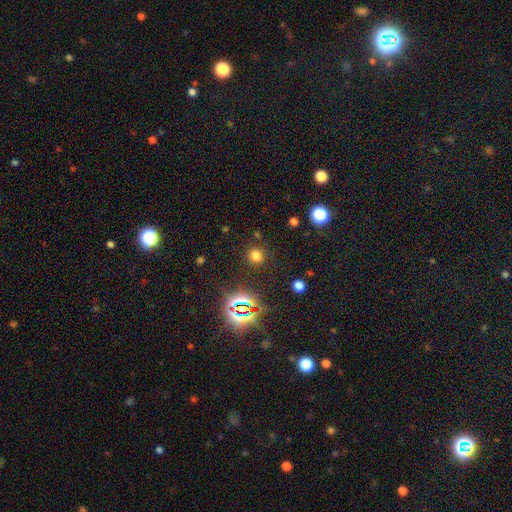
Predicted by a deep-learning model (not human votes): Smooth or featured: smooth — 69% (star or artifact — 25%)
How rounded: round — 89% (in between — 10%)
Merging: none — 88% (minor disturbance — 7%)